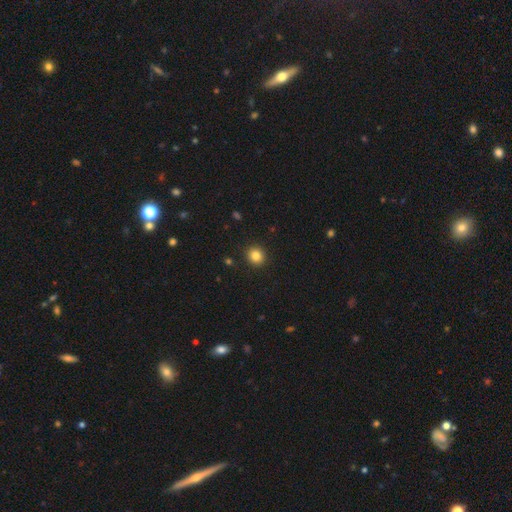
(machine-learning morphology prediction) Smooth or featured? Predicted: smooth (p=0.84). How rounded? Predicted: round (p=0.84). Merging? Predicted: none (p=0.92).